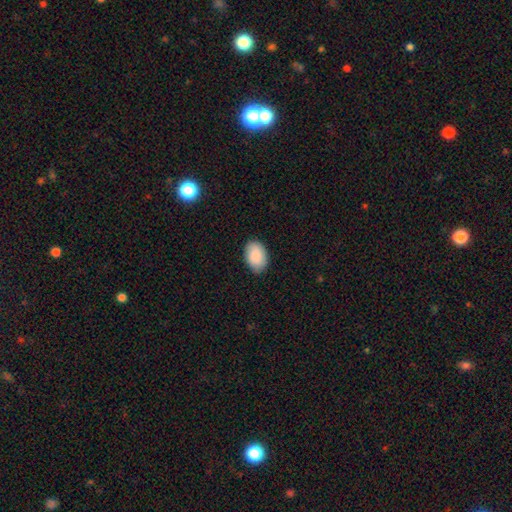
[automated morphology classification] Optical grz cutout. It shows a smooth galaxy with no disk features (89%) that is in between round and cigar-shaped (88%). Merging: none (87%).